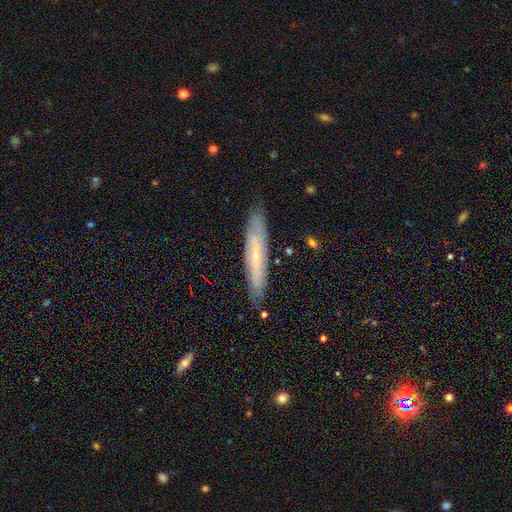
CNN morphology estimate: This is likely a featured or disk galaxy (67%). It is possibly viewed edge-on (52%). Merging: clearly none (83%).